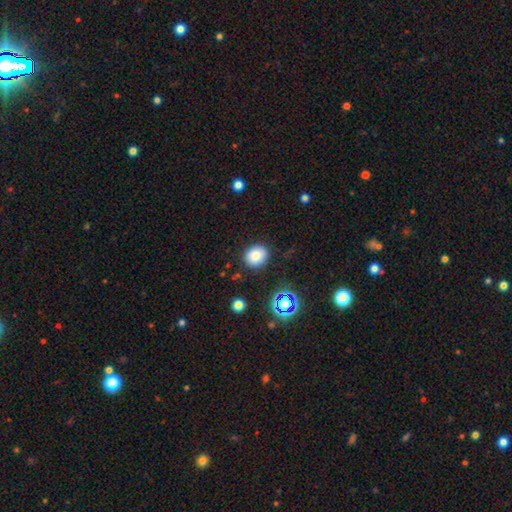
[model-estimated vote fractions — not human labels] Overall: smooth (81%). How rounded: round (63%; in between 36%). Merging: none (86%).